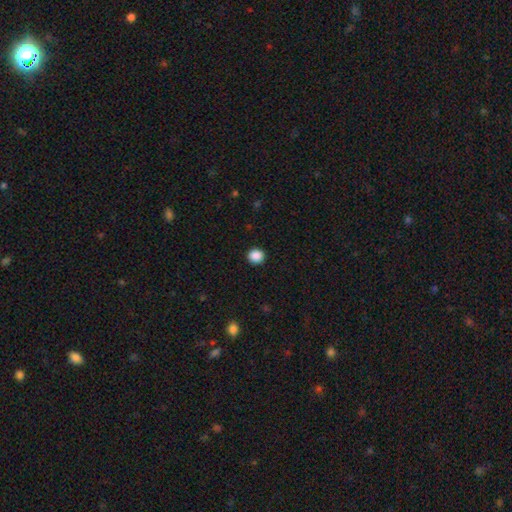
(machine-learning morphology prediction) Overall: smooth (88%). How rounded: round (90%). Merging: none (92%).